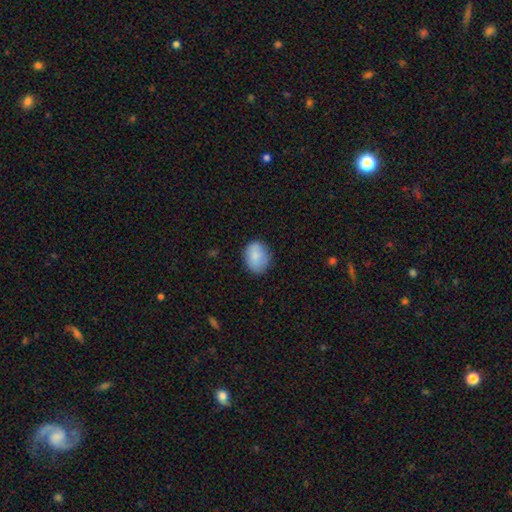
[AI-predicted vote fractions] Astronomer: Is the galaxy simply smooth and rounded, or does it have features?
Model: smooth — 84%.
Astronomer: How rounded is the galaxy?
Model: in between — 58% (runner-up: round, 41%).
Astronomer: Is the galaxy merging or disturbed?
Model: none — 78%.